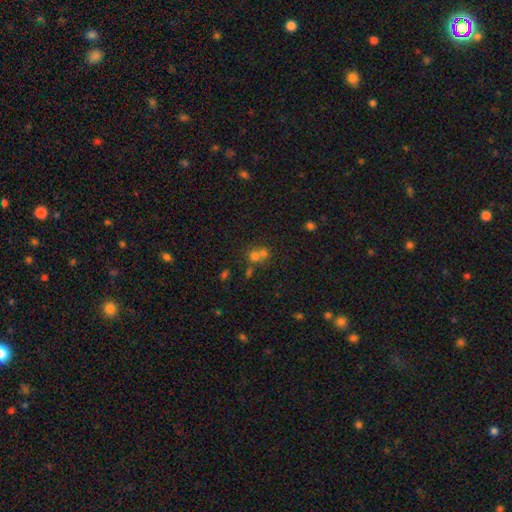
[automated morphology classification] smooth_or_featured: smooth (p=0.56) [alt: star or artifact p=0.26]
how_rounded: round (p=0.82) [alt: in between p=0.17]
merging: merger (p=0.51) [alt: none p=0.39]